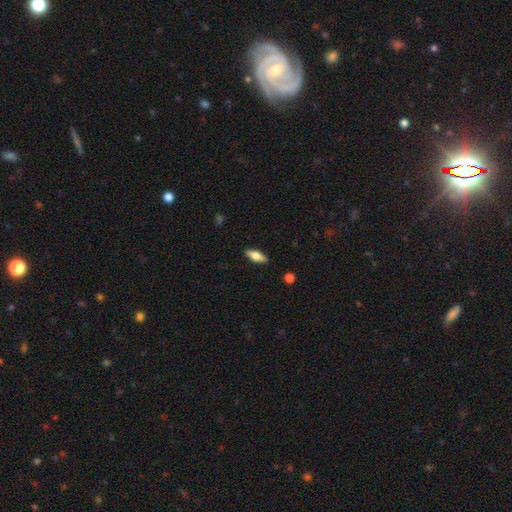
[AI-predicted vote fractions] This appears to be a smooth galaxy with no disk features (61%) that is in between round and cigar-shaped (64%). Merging: none (89%).